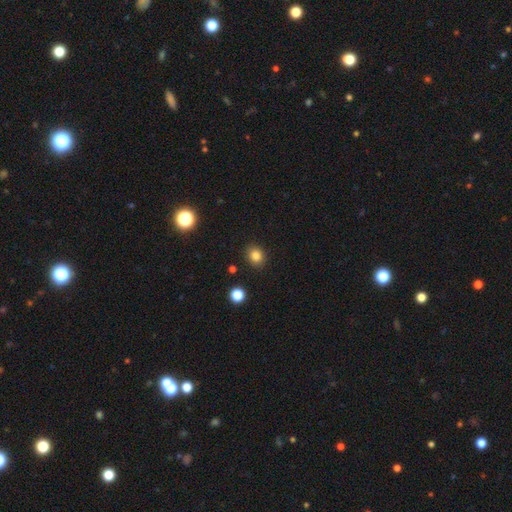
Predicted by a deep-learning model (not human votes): Smooth or featured?
  - smooth: 83% *
  - star or artifact: 12%
  - featured or disk: 5%
How rounded?
  - round: 71% *
  - in between: 28%
  - cigar-shaped: 1%
Merging?
  - none: 88% *
  - minor disturbance: 8%
  - major disturbance: 2%
  - merger: 2%